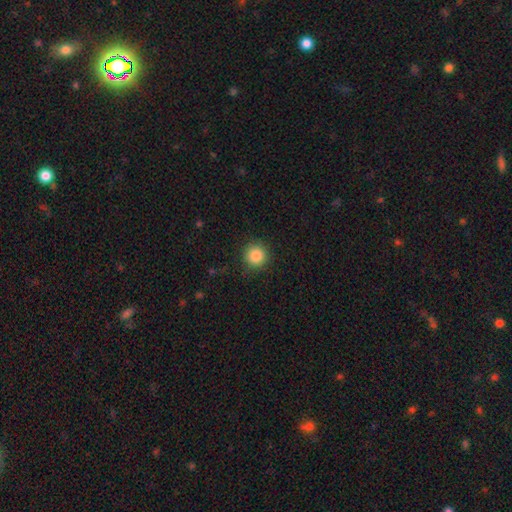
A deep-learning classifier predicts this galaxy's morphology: A smooth galaxy with no disk features (86%) that is round (94%).

Vote fractions:
- Smooth or featured? smooth: 86% / star or artifact: 10% / featured or disk: 4%
- How rounded? round: 94% / in between: 5% / cigar-shaped: 1%
- Merging? none: 89% / minor disturbance: 7% / major disturbance: 3% / merger: 1%